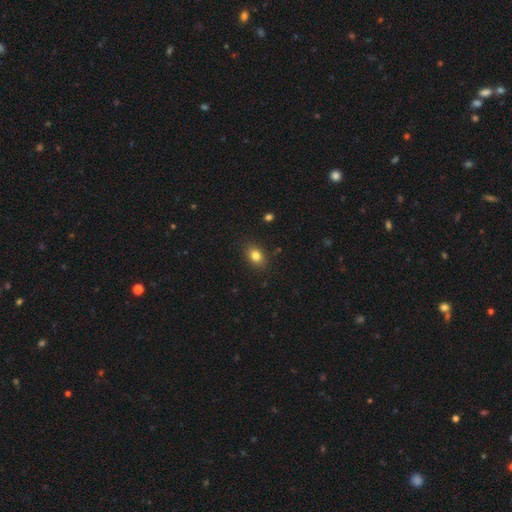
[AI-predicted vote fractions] Smooth or featured: smooth — 81% (star or artifact — 11%)
How rounded: in between — 63% (round — 36%)
Merging: none — 86% (minor disturbance — 10%)